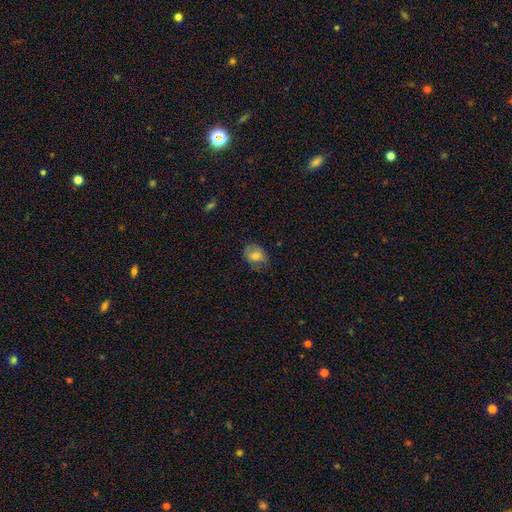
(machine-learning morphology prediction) smooth 70%, featured or disk 21%, star or artifact 9%. Down the decision tree: how rounded — in between (58%); merging — none (72%).